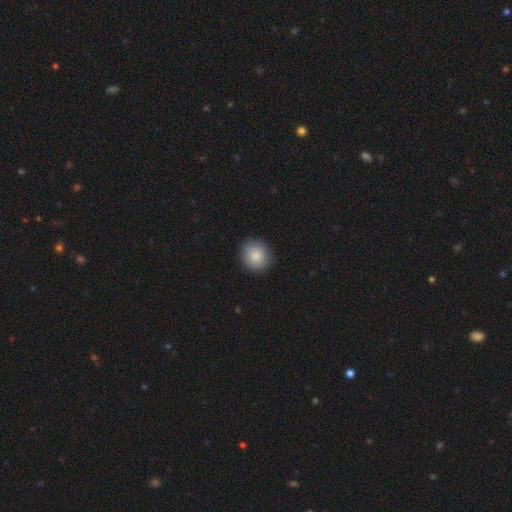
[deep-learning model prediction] This appears to be a smooth galaxy with no disk features (87%) that is round (85%). Merging: none (89%).